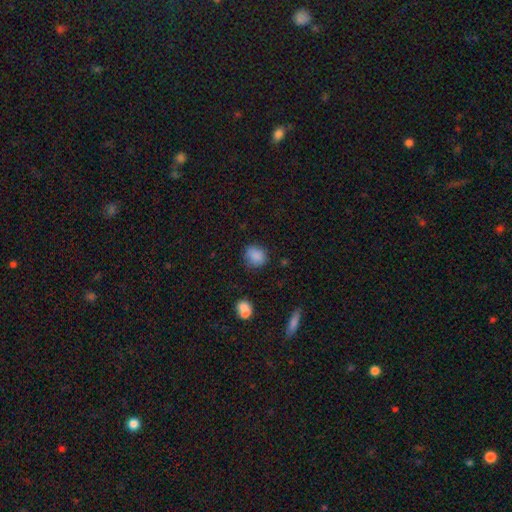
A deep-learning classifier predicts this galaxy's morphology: type=smooth (86%); roundness=round (69%); merging=none (79%).